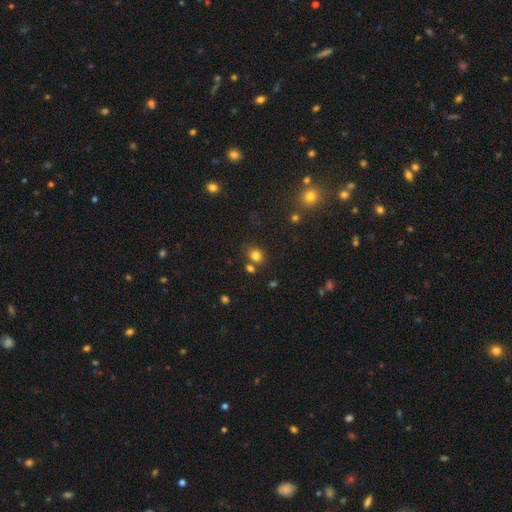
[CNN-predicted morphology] Overall: smooth (79%). How rounded: round (64%; in between 35%). Merging: none (70%).